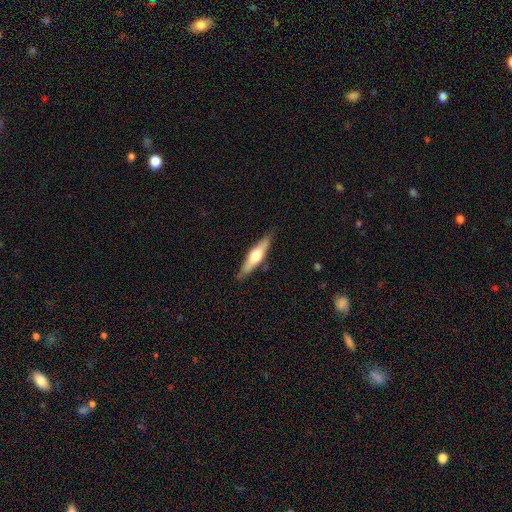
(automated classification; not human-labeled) The model was most divided on "smooth or featured": featured or disk: 53%, smooth: 42%, star or artifact: 5%. More confident: edge-on disk — yes (93%); merging — none (86%).